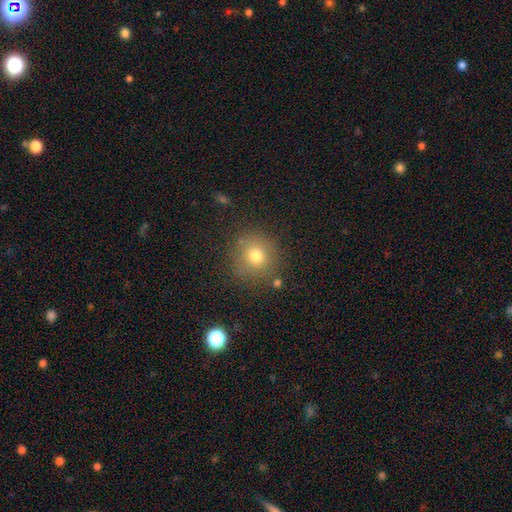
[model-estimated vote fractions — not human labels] A smooth galaxy with no disk features (74%) that is round (91%). Merging: none (82%).